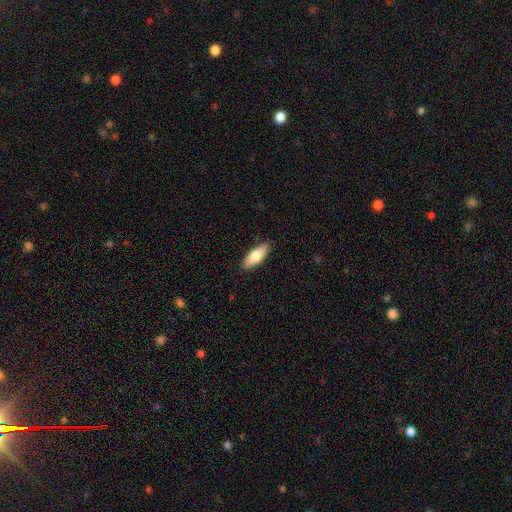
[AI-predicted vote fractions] A smooth galaxy with no disk features (75%) that is in between round and cigar-shaped (73%).

Vote fractions:
- Smooth or featured? smooth: 75% / featured or disk: 19% / star or artifact: 6%
- How rounded? in between: 73% / cigar-shaped: 25% / round: 2%
- Merging? none: 87% / minor disturbance: 10% / major disturbance: 2% / merger: 1%